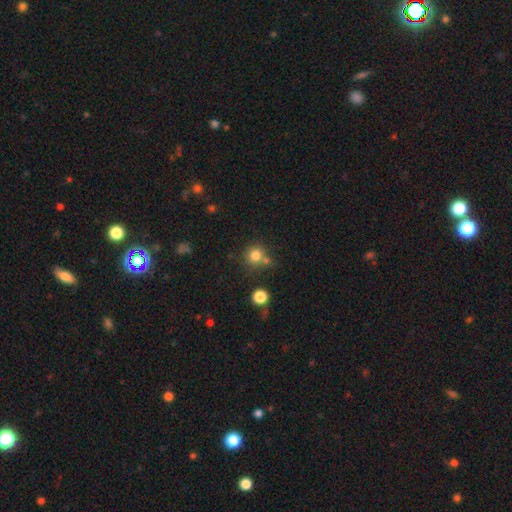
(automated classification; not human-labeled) The model was most divided on "merging": none: 65%, merger: 21%, minor disturbance: 10%, major disturbance: 4%. More confident: how rounded — round (90%); smooth or featured — smooth (79%).